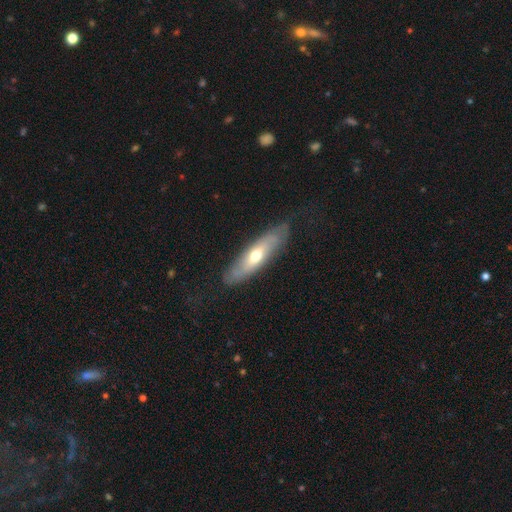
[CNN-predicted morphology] type=smooth (50%); merging=none (80%).